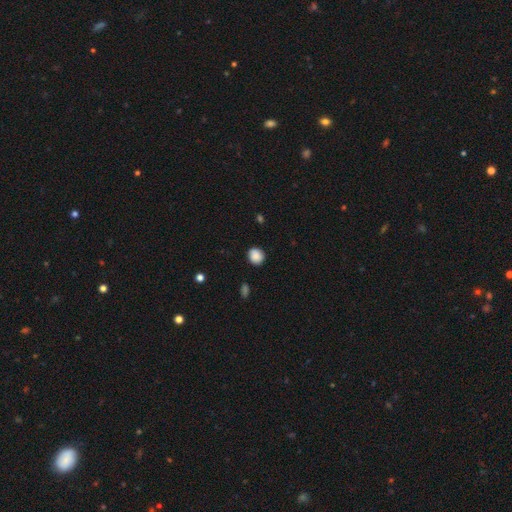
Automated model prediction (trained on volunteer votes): Smooth or featured?
  - smooth: 86% *
  - star or artifact: 9%
  - featured or disk: 6%
How rounded?
  - round: 84% *
  - in between: 15%
  - cigar-shaped: 1%
Merging?
  - none: 84% *
  - minor disturbance: 12%
  - major disturbance: 3%
  - merger: 1%